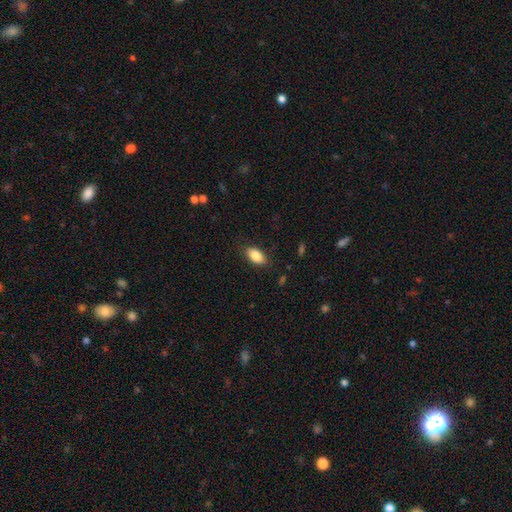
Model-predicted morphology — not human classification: Smooth or featured? Predicted: smooth (p=0.85). How rounded? Predicted: in between (p=0.92). Merging? Predicted: none (p=0.85).